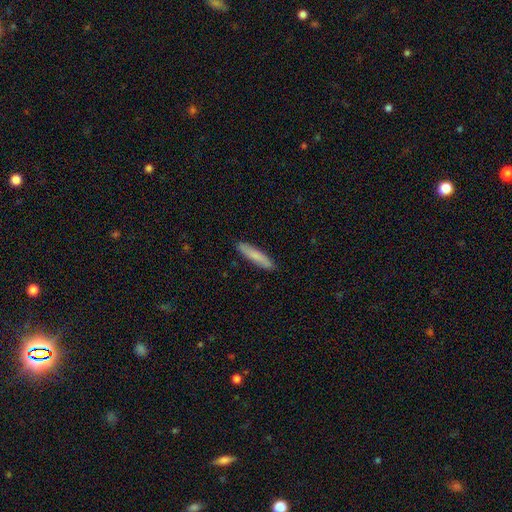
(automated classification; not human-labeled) smooth-or-featured: smooth: 78% | featured or disk: 17% | star or artifact: 6%
  how-rounded: cigar-shaped: 87% | in between: 11% | round: 1%
  merging: none: 89% | minor disturbance: 9% | major disturbance: 2% | merger: 1%